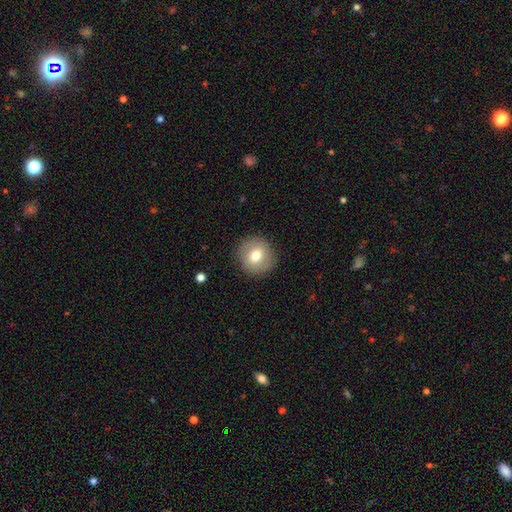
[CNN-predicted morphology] This is likely a smooth galaxy (72%). How rounded: clearly round (93%). Merging: clearly none (89%).